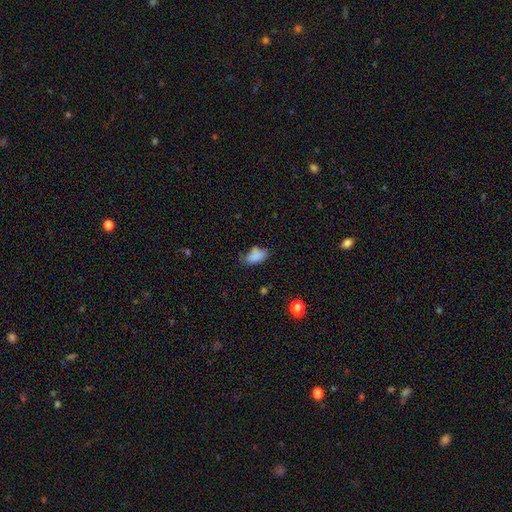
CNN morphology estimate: Overall: smooth (83%). How rounded: in between (91%). Merging: none (54%; minor disturbance 32%).